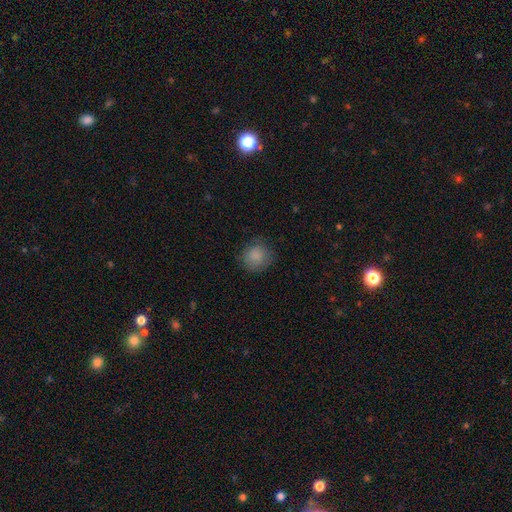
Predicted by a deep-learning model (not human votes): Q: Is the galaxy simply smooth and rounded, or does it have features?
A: smooth — 85%.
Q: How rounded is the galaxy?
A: round — 88%.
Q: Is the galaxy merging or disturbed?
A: none — 78%.